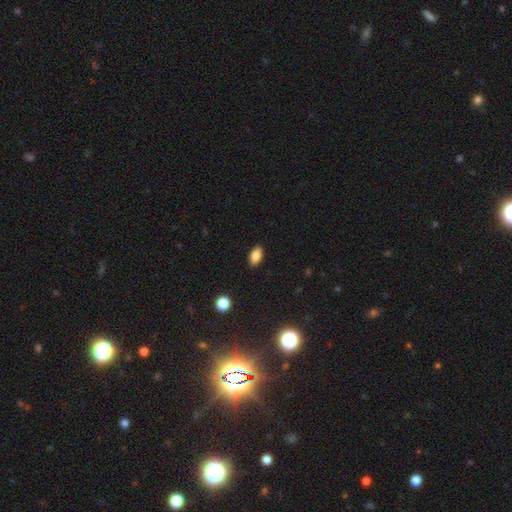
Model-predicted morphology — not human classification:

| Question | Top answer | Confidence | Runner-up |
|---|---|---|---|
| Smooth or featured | smooth | 86% | star or artifact (9%) |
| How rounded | in between | 92% | round (6%) |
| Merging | none | 90% | minor disturbance (8%) |